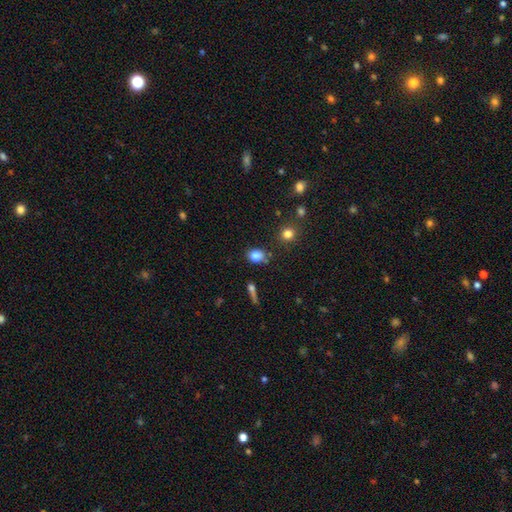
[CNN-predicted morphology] Overall: smooth (82%). How rounded: in between (53%; round 45%). Merging: none (75%).